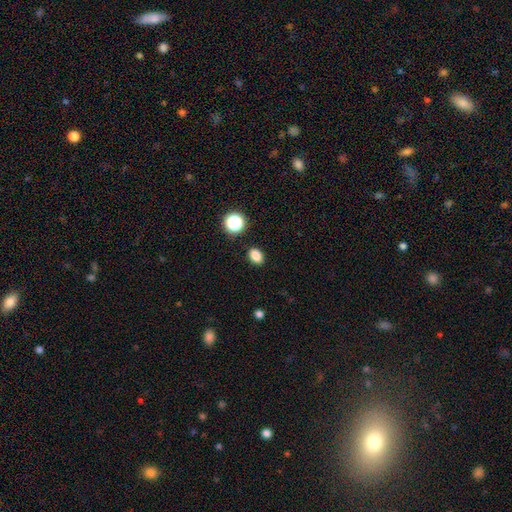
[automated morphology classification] smooth_or_featured: smooth (p=0.83) [alt: star or artifact p=0.12]
how_rounded: in between (p=0.71) [alt: round p=0.28]
merging: none (p=0.88) [alt: minor disturbance p=0.08]